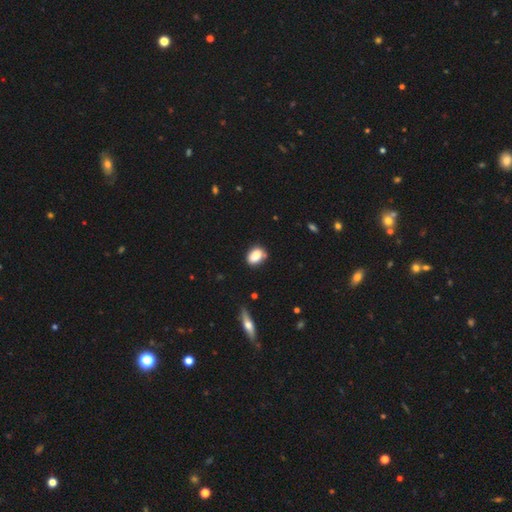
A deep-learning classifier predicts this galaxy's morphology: This is clearly a smooth galaxy (84%). How rounded: likely in between (79%). Merging: likely none (69%).